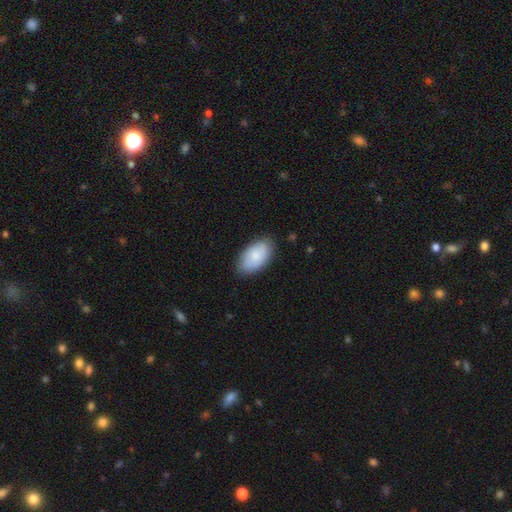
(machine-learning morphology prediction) A smooth galaxy with no disk features (83%) that is in between round and cigar-shaped (95%). Merging: none (83%).